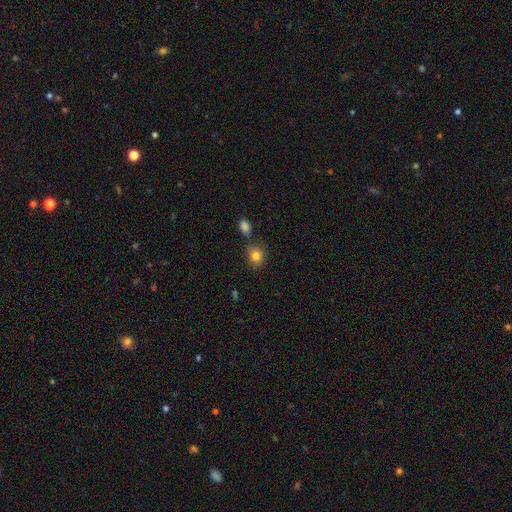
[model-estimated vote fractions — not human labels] smooth_or_featured: smooth (p=0.83) [alt: star or artifact p=0.10]
how_rounded: round (p=0.73) [alt: in between p=0.26]
merging: none (p=0.71) [alt: minor disturbance p=0.14]